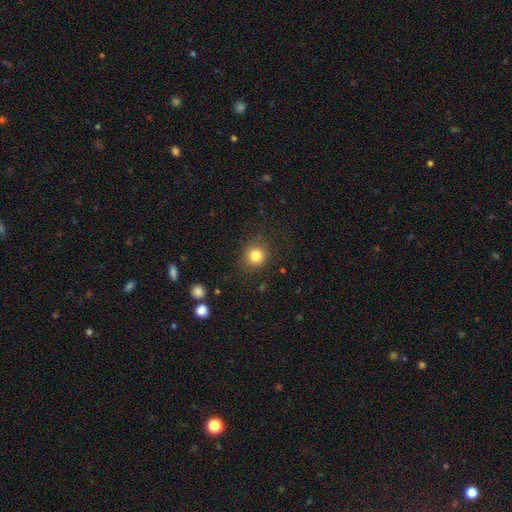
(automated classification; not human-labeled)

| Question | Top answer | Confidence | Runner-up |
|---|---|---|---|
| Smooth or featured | smooth | 82% | star or artifact (11%) |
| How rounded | round | 87% | in between (12%) |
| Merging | none | 86% | minor disturbance (9%) |